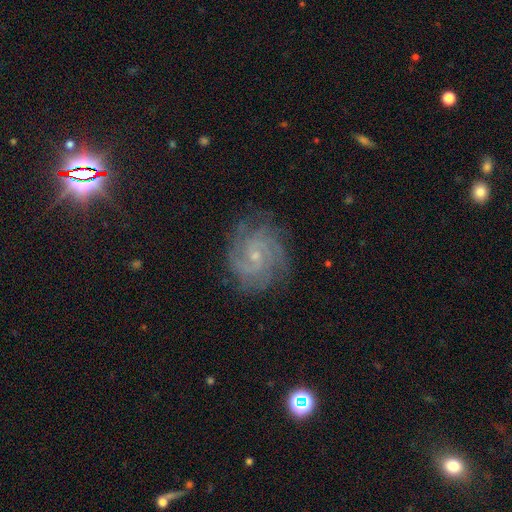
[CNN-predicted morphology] This is clearly a featured or disk galaxy (85%). It is clearly not viewed edge-on (98%). Bar: likely no (63%). Spiral arm pattern: clearly yes (97%). Spiral arm count: marginally can't tell (24%). Spiral winding: likely tight (62%). Central bulge: likely small (78%). Merging: likely none (80%).